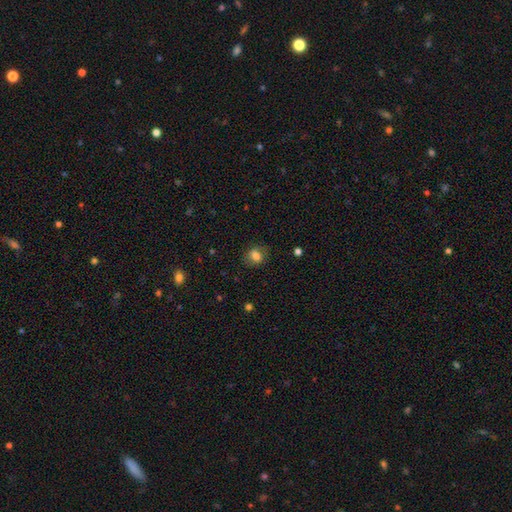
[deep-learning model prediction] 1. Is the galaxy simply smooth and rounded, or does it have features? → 76% smooth, 13% featured or disk, 11% star or artifact.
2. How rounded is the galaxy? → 50% in between, 48% round, 1% cigar-shaped.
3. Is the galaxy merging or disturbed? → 76% none, 16% minor disturbance, 7% major disturbance, 2% merger.